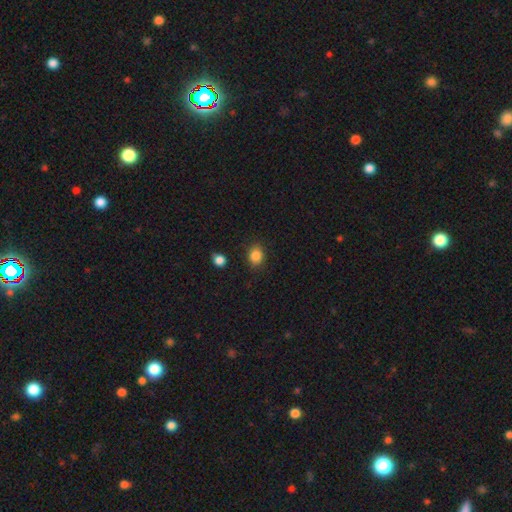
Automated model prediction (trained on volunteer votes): This appears to be a smooth galaxy with no disk features (86%) that is round (58%). Merging: none (85%).